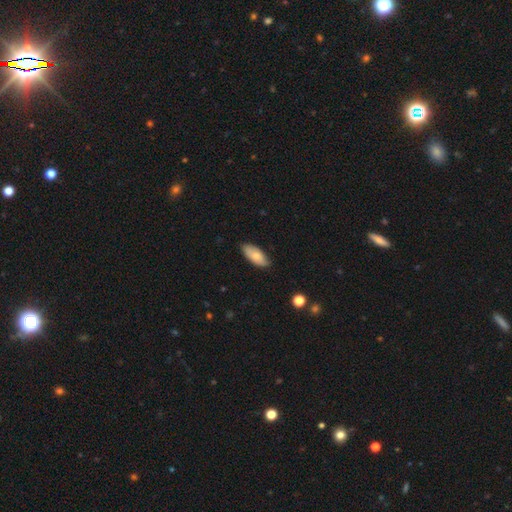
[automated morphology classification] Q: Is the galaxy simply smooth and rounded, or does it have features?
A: smooth — 77%.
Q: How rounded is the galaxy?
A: in between — 88%.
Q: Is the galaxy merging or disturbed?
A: none — 80%.